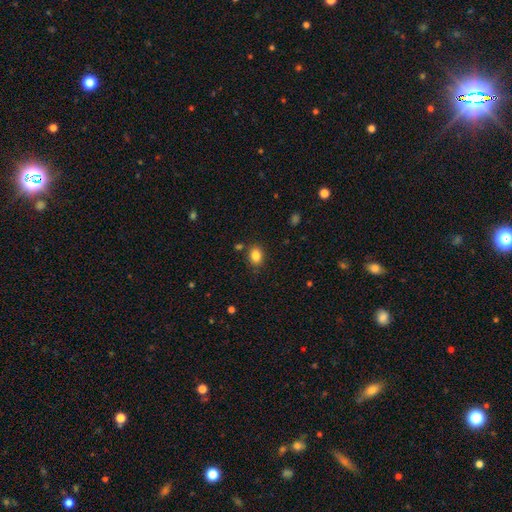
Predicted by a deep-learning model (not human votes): Q: Smooth or featured?
A: smooth (85%); runner-up: star or artifact (10%)
Q: How rounded?
A: in between (67%); runner-up: round (32%)
Q: Merging?
A: none (83%); runner-up: minor disturbance (10%)